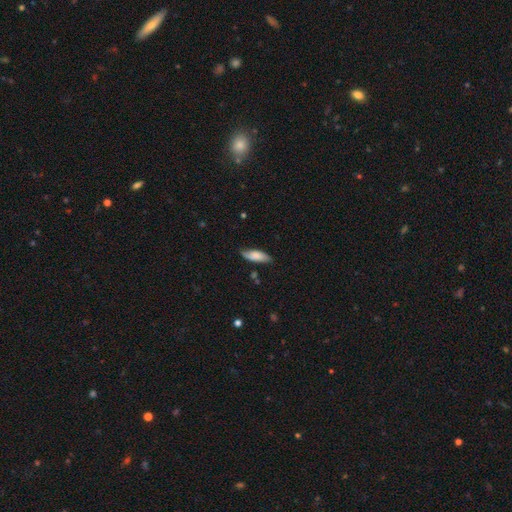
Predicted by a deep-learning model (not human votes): This appears to be a smooth galaxy with no disk features (75%) that is in between round and cigar-shaped (65%). Merging: none (73%).